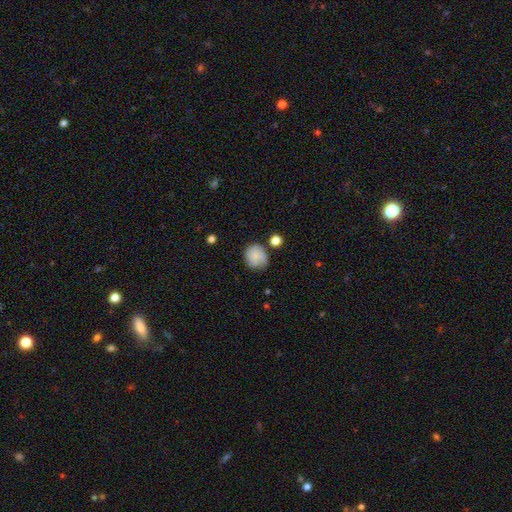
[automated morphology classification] smooth 75%, featured or disk 17%, star or artifact 8%. Down the decision tree: how rounded — round (71%); merging — none (56%).